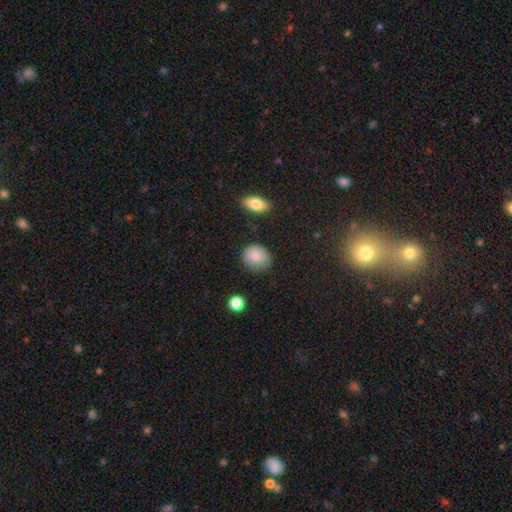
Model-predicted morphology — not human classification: Smooth or featured? Predicted: smooth (p=0.83). How rounded? Predicted: round (p=0.66). Merging? Predicted: none (p=0.78).